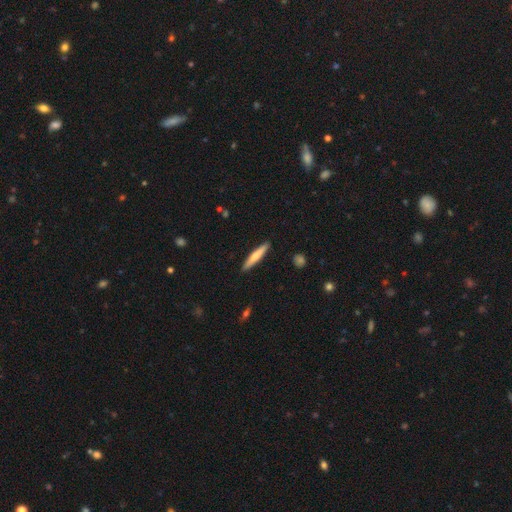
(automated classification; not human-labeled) Smooth or featured? smooth (66%)
How rounded? cigar-shaped (93%)
Merging? none (90%)